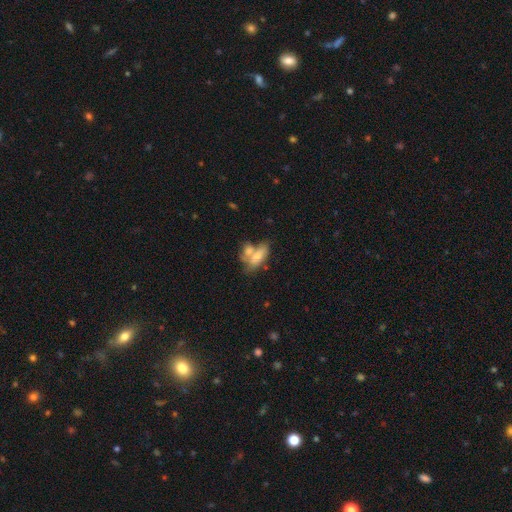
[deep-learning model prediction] Smooth or featured?
  - smooth: 67% *
  - featured or disk: 25%
  - star or artifact: 8%
How rounded?
  - in between: 79% *
  - cigar-shaped: 15%
  - round: 6%
Merging?
  - merger: 49% *
  - none: 31%
  - minor disturbance: 13%
  - major disturbance: 7%